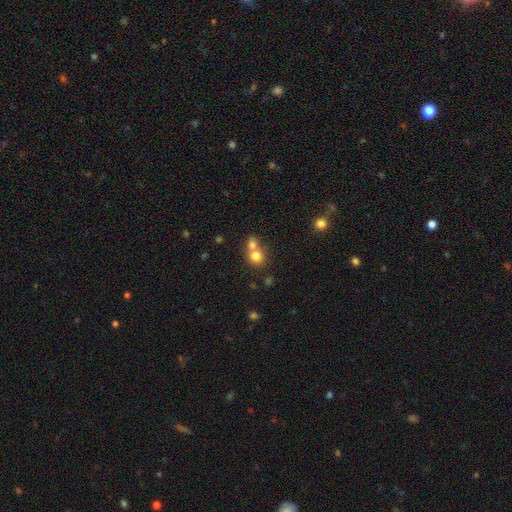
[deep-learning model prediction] A smooth galaxy with no disk features (78%) that is round (81%).

Vote fractions:
- Smooth or featured? smooth: 78% / star or artifact: 11% / featured or disk: 11%
- How rounded? round: 81% / in between: 18% / cigar-shaped: 1%
- Merging? merger: 56% / none: 36% / minor disturbance: 6% / major disturbance: 3%